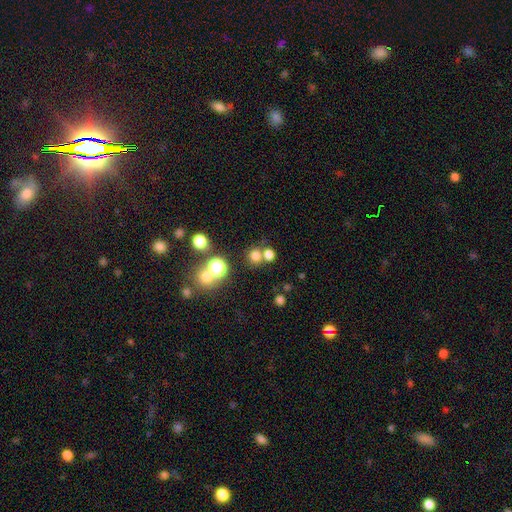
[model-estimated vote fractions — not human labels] Q: Smooth or featured?
A: smooth (71%); runner-up: star or artifact (22%)
Q: How rounded?
A: round (88%); runner-up: in between (11%)
Q: Merging?
A: none (65%); runner-up: merger (24%)